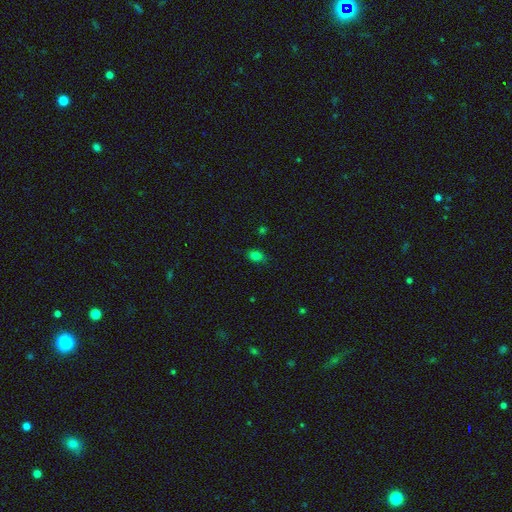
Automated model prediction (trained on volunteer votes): Smooth or featured: smooth — 79% (star or artifact — 15%)
How rounded: in between — 71% (round — 28%)
Merging: none — 82% (minor disturbance — 14%)